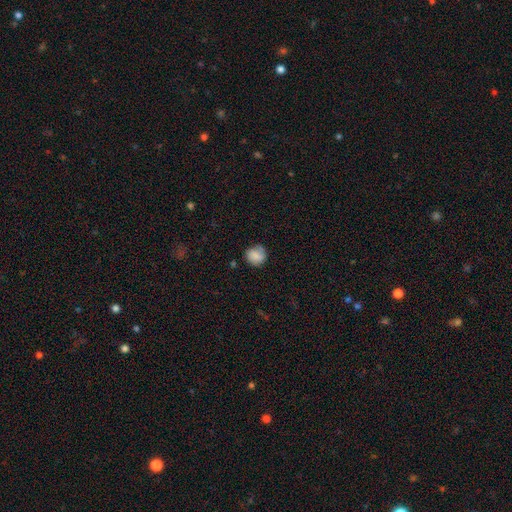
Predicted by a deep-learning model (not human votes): Q: Smooth or featured?
A: smooth (81%); runner-up: featured or disk (11%)
Q: How rounded?
A: round (83%); runner-up: in between (16%)
Q: Merging?
A: none (68%); runner-up: minor disturbance (23%)